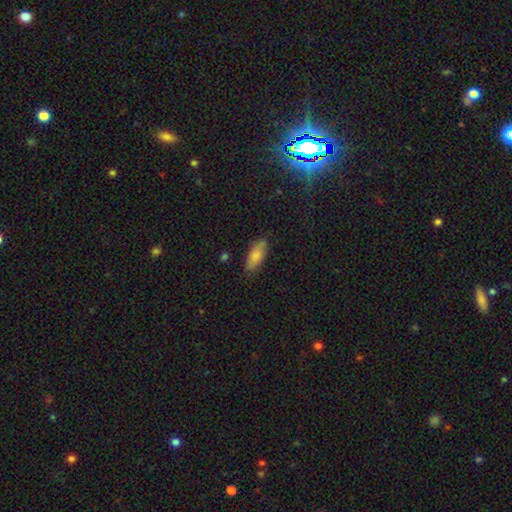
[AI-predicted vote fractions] This is clearly a smooth galaxy (82%). How rounded: likely in between (80%). Merging: likely none (79%).